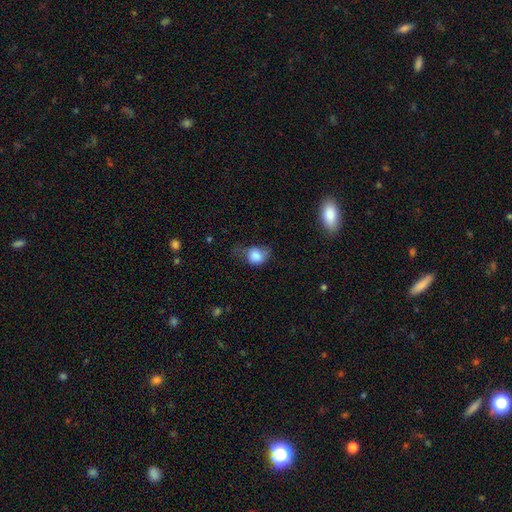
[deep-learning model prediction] Smooth or featured: smooth — 80% (featured or disk — 11%)
How rounded: round — 52% (in between — 47%)
Merging: minor disturbance — 38% (none — 34%)